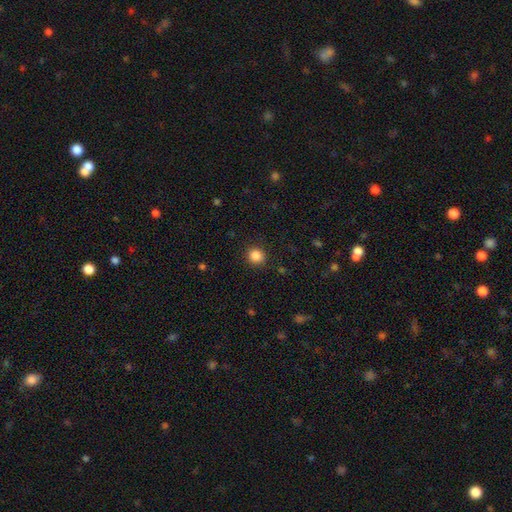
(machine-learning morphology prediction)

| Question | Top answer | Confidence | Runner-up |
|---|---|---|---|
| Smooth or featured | smooth | 86% | star or artifact (11%) |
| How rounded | round | 87% | in between (12%) |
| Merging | none | 90% | minor disturbance (6%) |